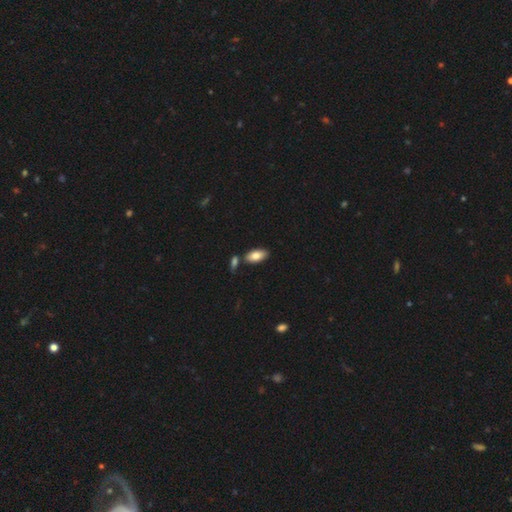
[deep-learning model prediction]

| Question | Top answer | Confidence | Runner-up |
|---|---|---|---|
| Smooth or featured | smooth | 81% | featured or disk (13%) |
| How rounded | in between | 92% | cigar-shaped (6%) |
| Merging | none | 75% | merger (12%) |